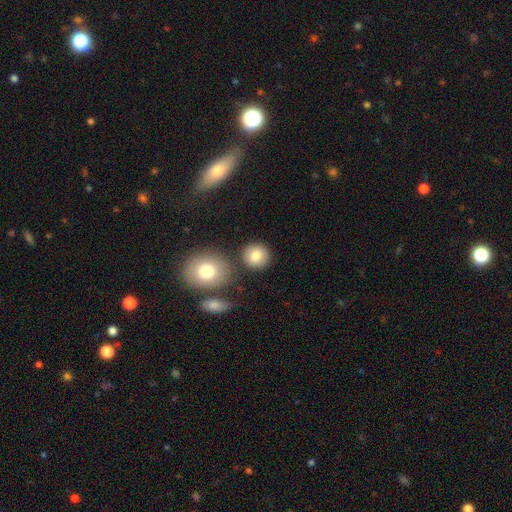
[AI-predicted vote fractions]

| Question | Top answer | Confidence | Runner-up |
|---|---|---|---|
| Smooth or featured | smooth | 82% | featured or disk (9%) |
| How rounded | round | 89% | in between (10%) |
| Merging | none | 83% | minor disturbance (8%) |